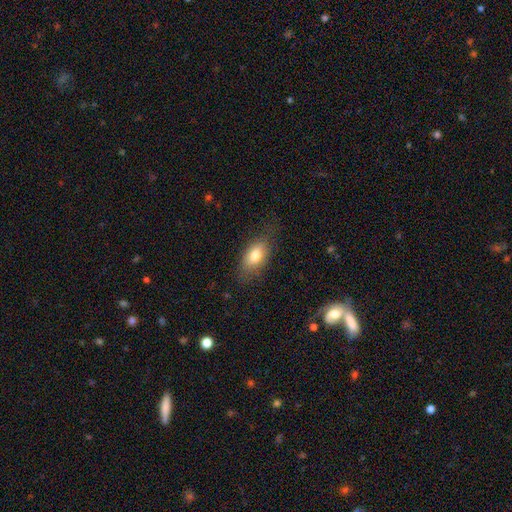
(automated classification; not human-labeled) Smooth or featured?
  - smooth: 77% *
  - featured or disk: 15%
  - star or artifact: 8%
How rounded?
  - in between: 88% *
  - round: 7%
  - cigar-shaped: 5%
Merging?
  - none: 73% *
  - minor disturbance: 20%
  - major disturbance: 6%
  - merger: 1%